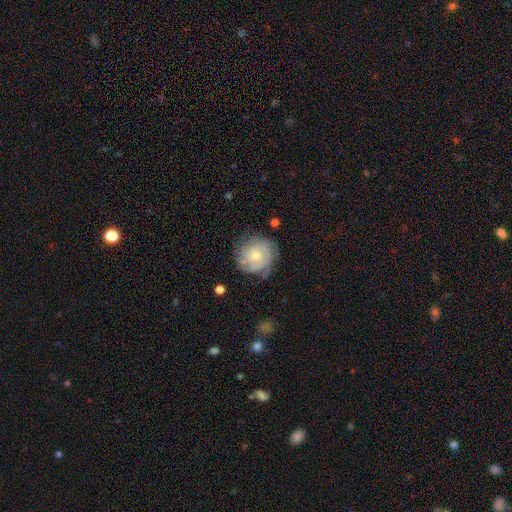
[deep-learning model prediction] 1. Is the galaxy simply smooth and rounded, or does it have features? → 65% featured or disk, 28% smooth, 7% star or artifact.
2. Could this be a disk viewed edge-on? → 98% no, 2% yes.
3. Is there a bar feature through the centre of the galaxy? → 78% no, 19% weak, 3% strong.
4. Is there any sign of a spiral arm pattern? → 87% yes, 13% no.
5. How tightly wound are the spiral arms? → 68% tight, 24% medium, 8% loose.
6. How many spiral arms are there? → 41% can't tell, 23% 2, 18% 3, 7% 4, 7% 1, 4% more than 4.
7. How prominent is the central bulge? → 53% small, 42% moderate, 2% large, 2% none, 1% dominant.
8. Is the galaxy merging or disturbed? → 67% none, 22% minor disturbance, 9% major disturbance, 2% merger.